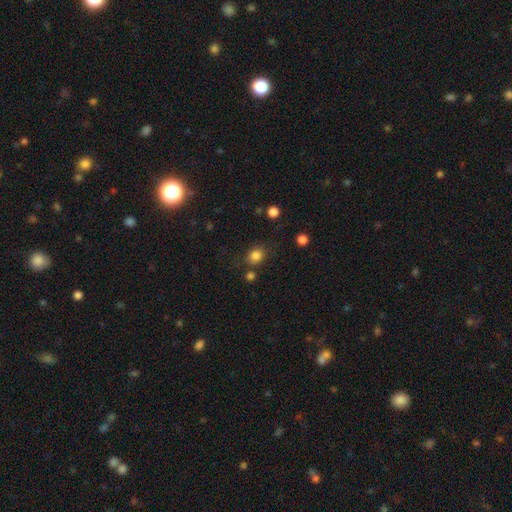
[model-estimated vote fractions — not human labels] Overall: smooth (82%). How rounded: round (67%; in between 32%). Merging: none (74%).